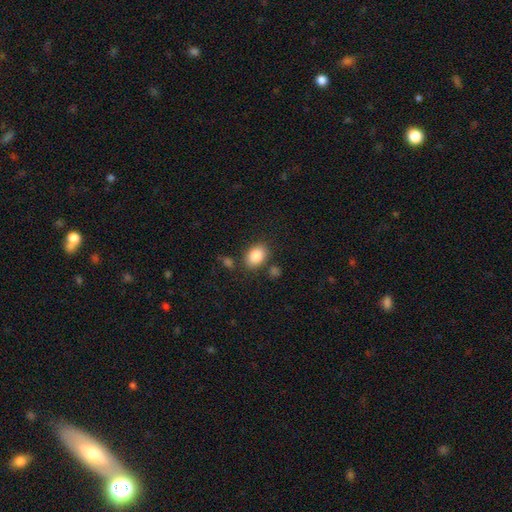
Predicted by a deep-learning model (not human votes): Smooth or featured: smooth — 86% (star or artifact — 8%)
How rounded: in between — 78% (round — 21%)
Merging: none — 79% (minor disturbance — 12%)